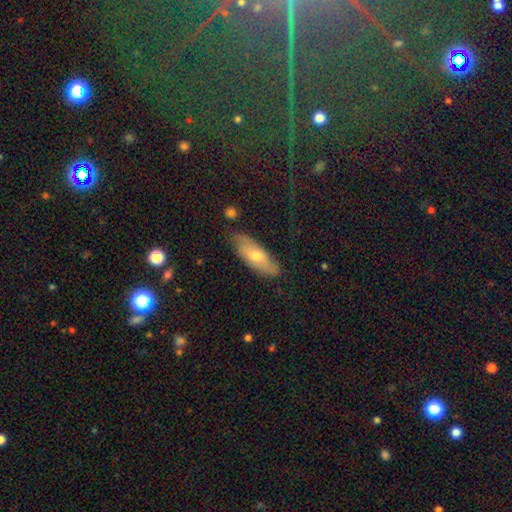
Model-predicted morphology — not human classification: Q: Smooth or featured?
A: smooth (58%); runner-up: featured or disk (35%)
Q: How rounded?
A: in between (68%); runner-up: cigar-shaped (29%)
Q: Merging?
A: none (77%); runner-up: minor disturbance (18%)